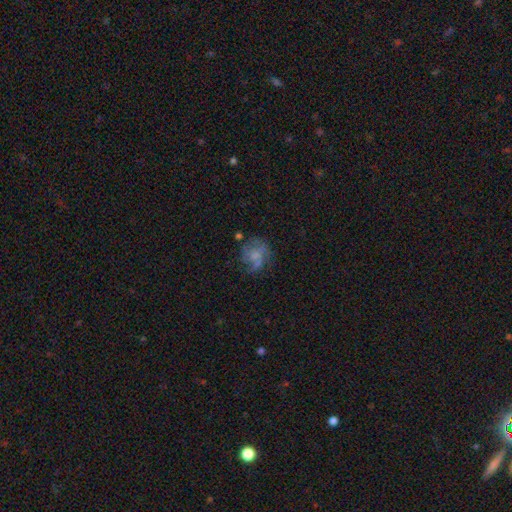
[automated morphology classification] This is possibly a featured or disk galaxy (46%). Merging: possibly none (48%).